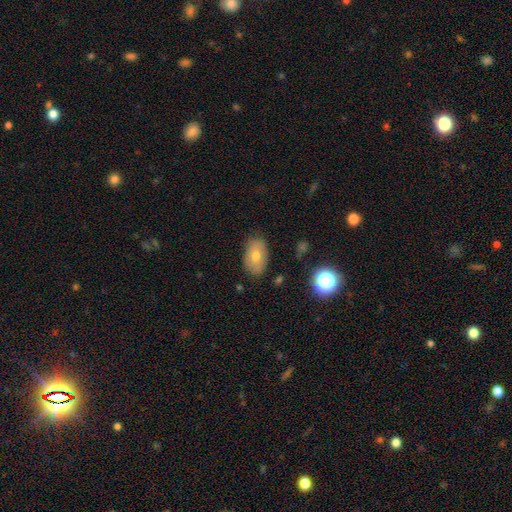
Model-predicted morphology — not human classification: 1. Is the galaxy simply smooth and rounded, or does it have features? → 67% smooth, 22% featured or disk, 11% star or artifact.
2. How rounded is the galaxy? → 85% in between, 13% round, 1% cigar-shaped.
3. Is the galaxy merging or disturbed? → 82% none, 13% minor disturbance, 3% major disturbance, 2% merger.